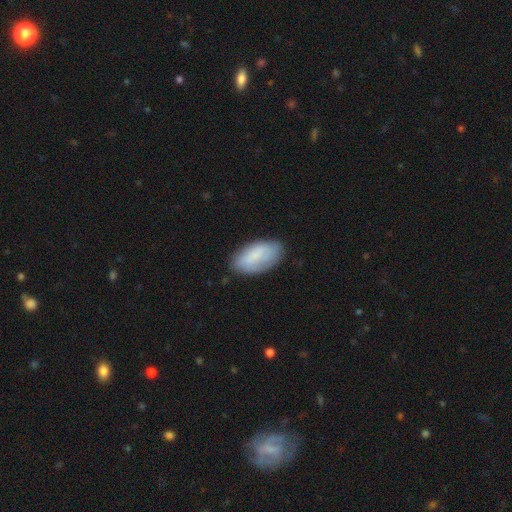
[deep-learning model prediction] The model was most divided on "smooth or featured": smooth: 74%, featured or disk: 20%, star or artifact: 7%. More confident: how rounded — in between (94%); merging — none (75%).